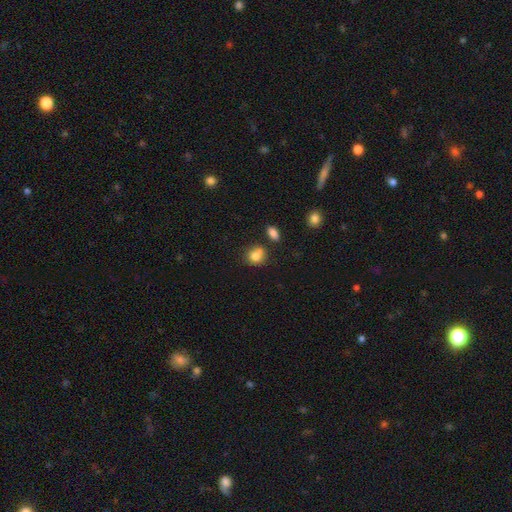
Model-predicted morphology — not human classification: smooth-or-featured: smooth: 79% | featured or disk: 10% | star or artifact: 10%
  how-rounded: round: 70% | in between: 29% | cigar-shaped: 1%
  merging: none: 54% | merger: 23% | minor disturbance: 17% | major disturbance: 5%